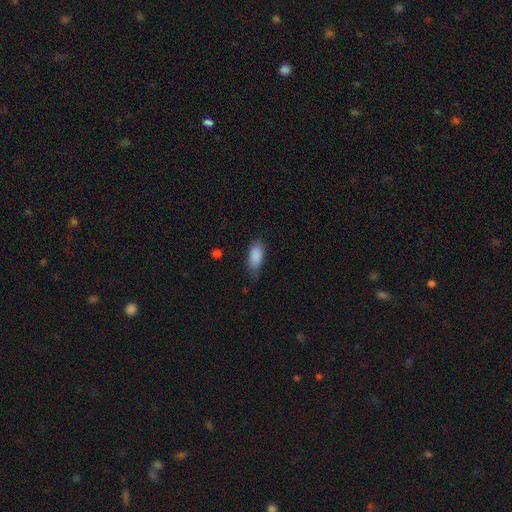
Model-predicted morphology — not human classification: smooth 88%, star or artifact 7%, featured or disk 5%. Down the decision tree: how rounded — in between (86%); merging — none (67%).